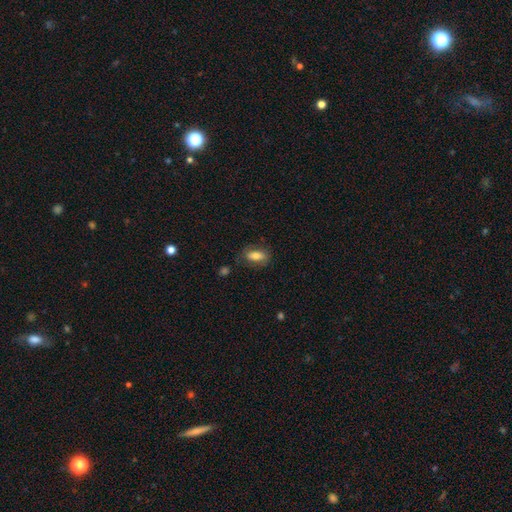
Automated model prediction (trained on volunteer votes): This appears to be a smooth galaxy with no disk features (70%) that is in between round and cigar-shaped (82%). Merging: none (73%).